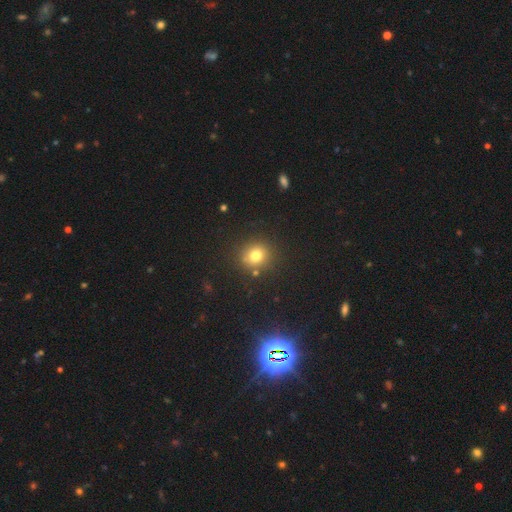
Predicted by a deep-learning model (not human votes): A smooth galaxy with no disk features (76%) that is round (84%).

Vote fractions:
- Smooth or featured? smooth: 76% / star or artifact: 16% / featured or disk: 8%
- How rounded? round: 84% / in between: 15% / cigar-shaped: 1%
- Merging? none: 82% / minor disturbance: 10% / merger: 5% / major disturbance: 3%